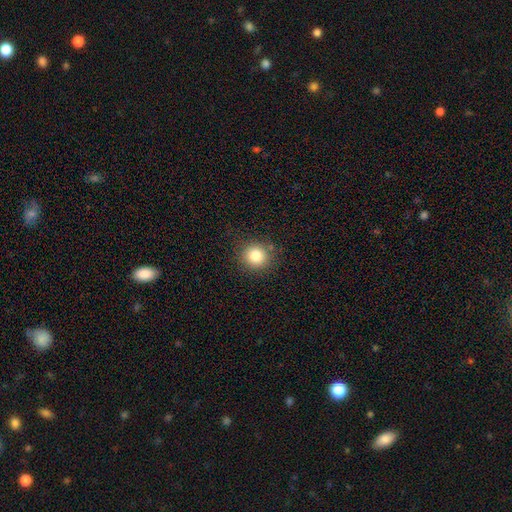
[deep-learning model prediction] A smooth galaxy with no disk features (81%) that is round (90%).

Vote fractions:
- Smooth or featured? smooth: 81% / star or artifact: 12% / featured or disk: 7%
- How rounded? round: 90% / in between: 9% / cigar-shaped: 1%
- Merging? none: 87% / minor disturbance: 8% / major disturbance: 3% / merger: 2%